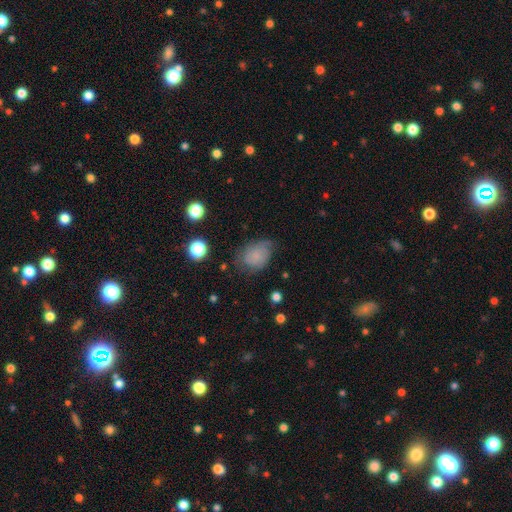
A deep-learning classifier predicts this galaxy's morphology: This is likely a smooth galaxy (66%). How rounded: likely in between (67%). Merging: possibly none (53%).